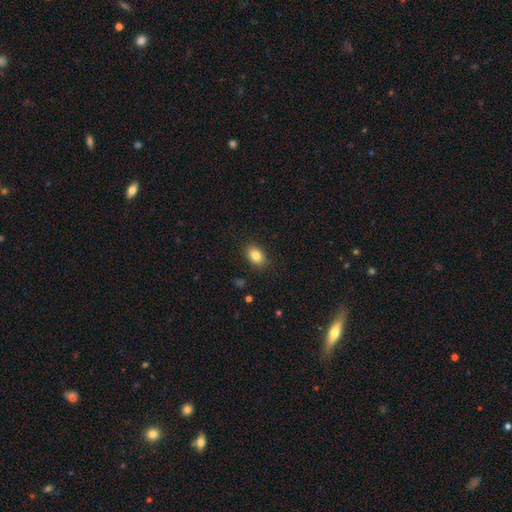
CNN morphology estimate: type=smooth (83%); roundness=in between (84%); merging=none (87%).